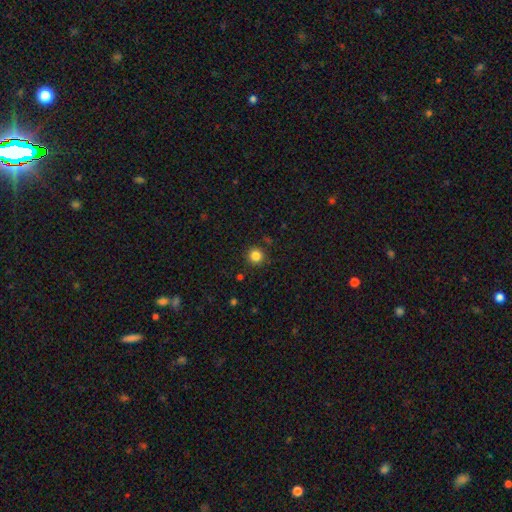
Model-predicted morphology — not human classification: Q: Smooth or featured?
A: smooth (84%); runner-up: star or artifact (12%)
Q: How rounded?
A: round (95%); runner-up: in between (4%)
Q: Merging?
A: none (91%); runner-up: minor disturbance (6%)